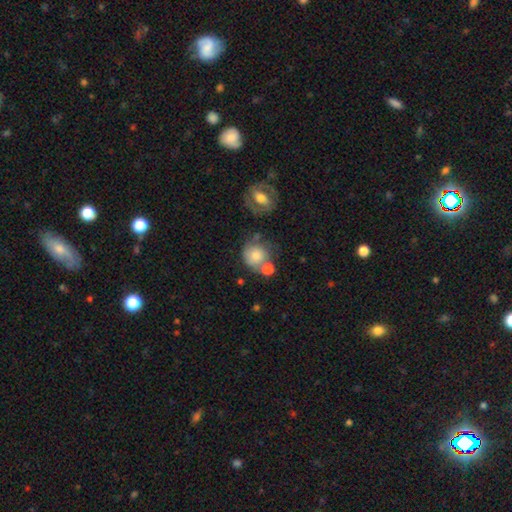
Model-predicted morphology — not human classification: Smooth or featured: smooth — 72% (featured or disk — 20%)
How rounded: round — 82% (in between — 17%)
Merging: none — 45% (merger — 28%)